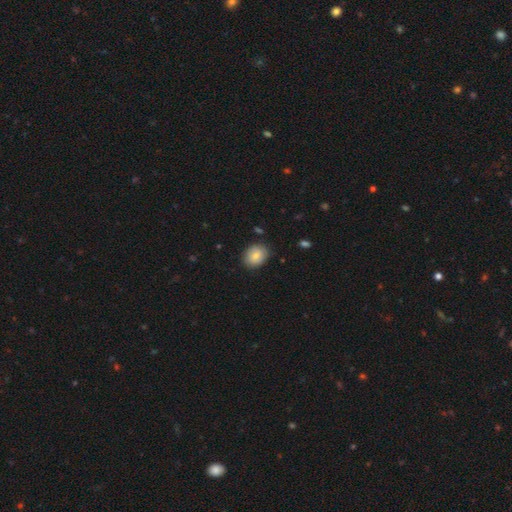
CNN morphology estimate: Smooth or featured? Predicted: smooth (p=0.81). How rounded? Predicted: in between (p=0.50). Merging? Predicted: none (p=0.84).